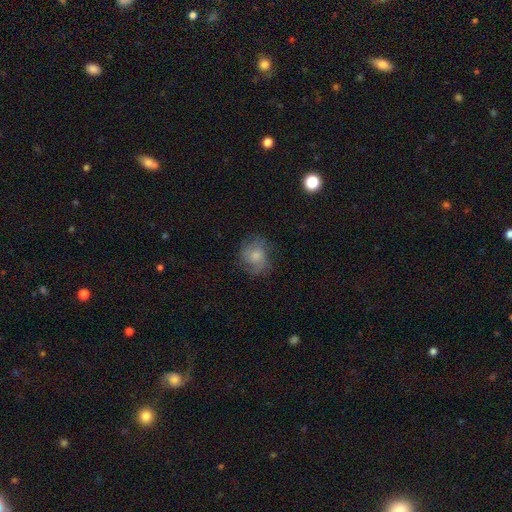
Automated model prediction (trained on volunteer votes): A smooth galaxy with no disk features (50%) that is round (67%).

Vote fractions:
- Smooth or featured? smooth: 50% / featured or disk: 41% / star or artifact: 9%
- How rounded? round: 67% / in between: 32% / cigar-shaped: 1%
- Merging? none: 66% / minor disturbance: 21% / major disturbance: 12% / merger: 1%